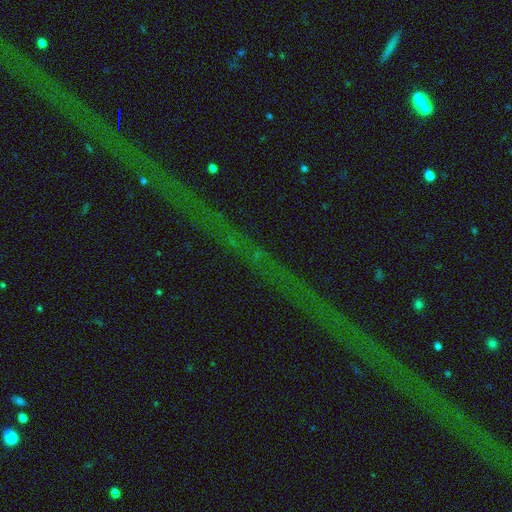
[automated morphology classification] Smooth or featured: star or artifact — 80% (featured or disk — 12%)